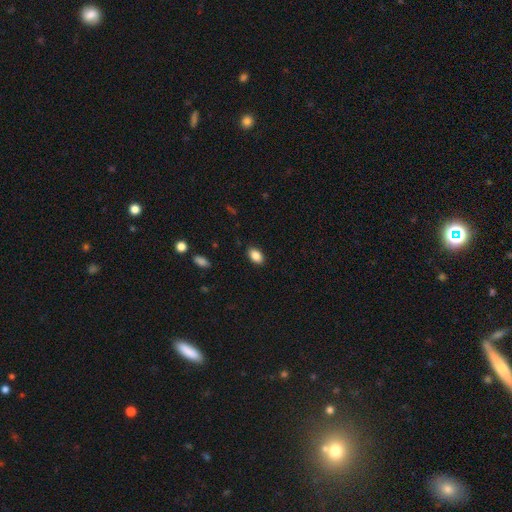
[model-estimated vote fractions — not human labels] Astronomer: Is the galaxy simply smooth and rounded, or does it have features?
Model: smooth — 87%.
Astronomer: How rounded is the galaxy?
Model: in between — 90%.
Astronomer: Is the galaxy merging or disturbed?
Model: none — 88%.